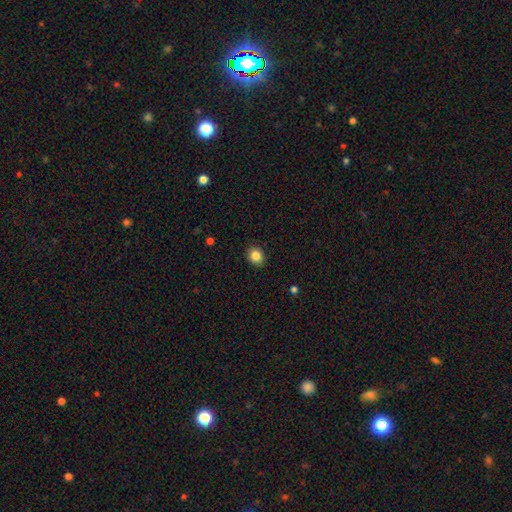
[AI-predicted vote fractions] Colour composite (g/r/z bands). It shows a smooth galaxy with no disk features (85%) that is round (66%). Merging: none (90%).